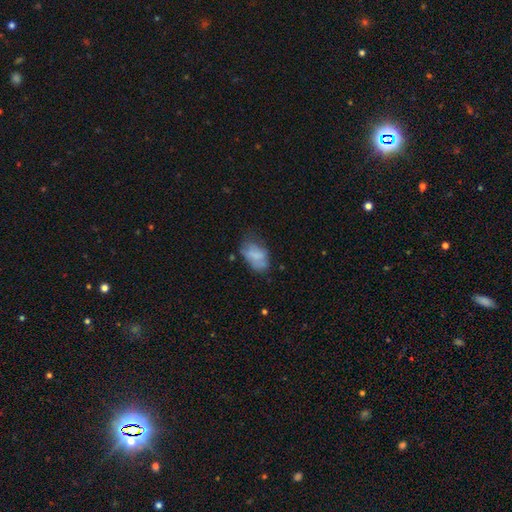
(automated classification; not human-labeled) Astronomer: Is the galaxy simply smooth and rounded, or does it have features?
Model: smooth — 66%.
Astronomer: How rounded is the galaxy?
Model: in between — 89%.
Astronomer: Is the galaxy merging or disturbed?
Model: none — 42% (runner-up: minor disturbance, 33%).